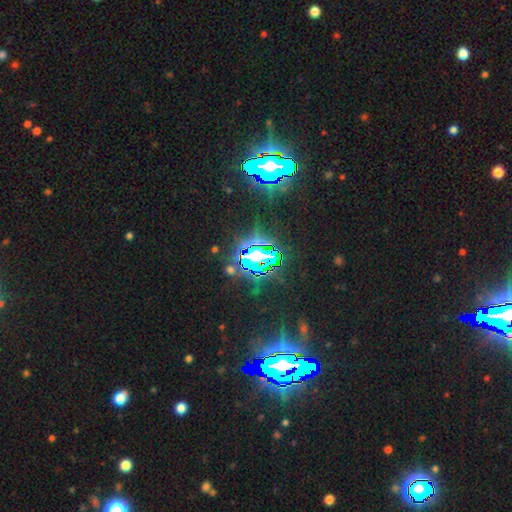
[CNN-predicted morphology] Q: Smooth or featured?
A: star or artifact (78%); runner-up: smooth (12%)